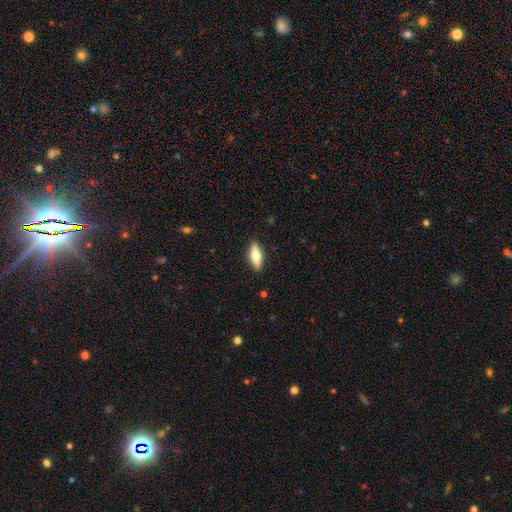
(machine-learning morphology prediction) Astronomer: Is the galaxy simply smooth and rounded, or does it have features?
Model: smooth — 49% (runner-up: featured or disk, 45%).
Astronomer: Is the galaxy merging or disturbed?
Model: none — 89%.